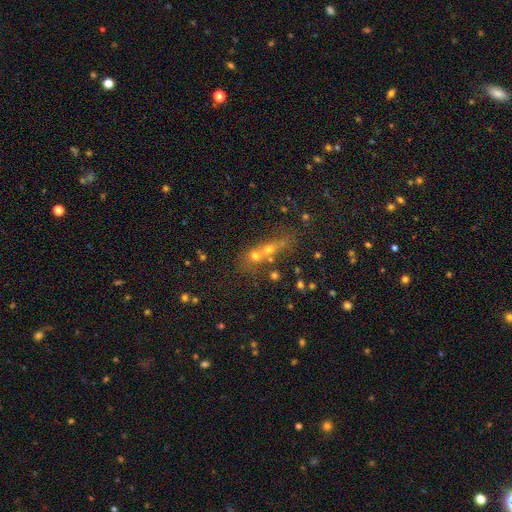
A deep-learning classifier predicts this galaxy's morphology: Overall: smooth (45%; star or artifact 33%). Merging: merger (44%; none 39%).